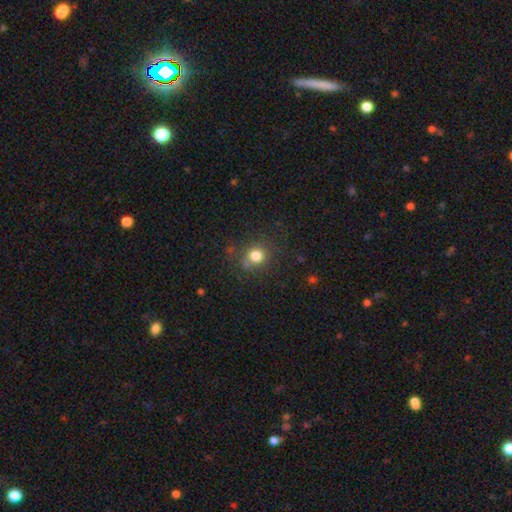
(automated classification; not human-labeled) This appears to be a smooth galaxy with no disk features (79%) that is round (86%). Merging: none (78%).